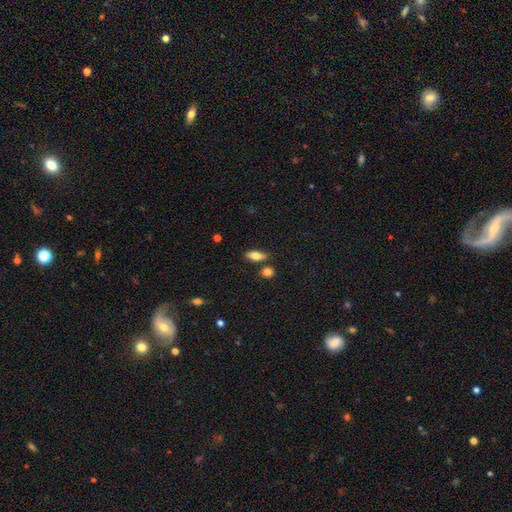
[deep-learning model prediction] Smooth or featured?
  - smooth: 69% *
  - featured or disk: 24%
  - star or artifact: 8%
How rounded?
  - in between: 72% *
  - cigar-shaped: 23%
  - round: 4%
Merging?
  - none: 78% *
  - minor disturbance: 11%
  - merger: 8%
  - major disturbance: 3%